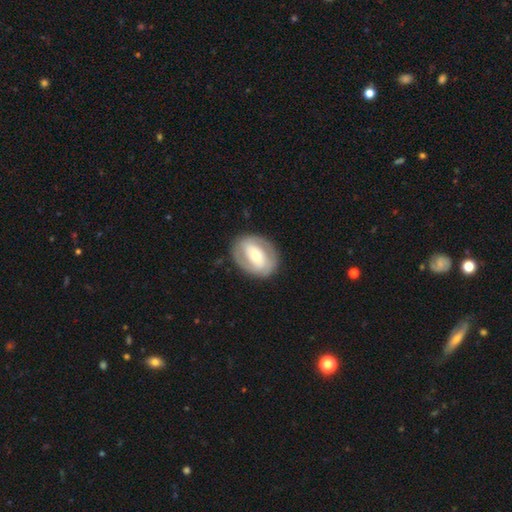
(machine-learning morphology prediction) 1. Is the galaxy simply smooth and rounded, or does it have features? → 62% featured or disk, 32% smooth, 5% star or artifact.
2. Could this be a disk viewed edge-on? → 95% no, 5% yes.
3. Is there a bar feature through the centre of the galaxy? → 35% strong, 33% no, 32% weak.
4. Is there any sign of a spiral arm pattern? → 55% yes, 45% no.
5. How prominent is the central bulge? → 62% moderate, 27% small, 8% large, 1% dominant, 1% none.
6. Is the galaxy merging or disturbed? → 83% none, 11% minor disturbance, 5% major disturbance, 1% merger.